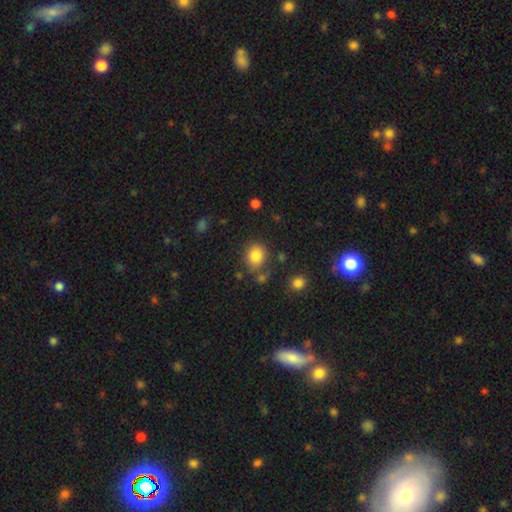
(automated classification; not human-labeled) This appears to be a smooth galaxy with no disk features (83%) that is round (72%). Merging: none (73%).